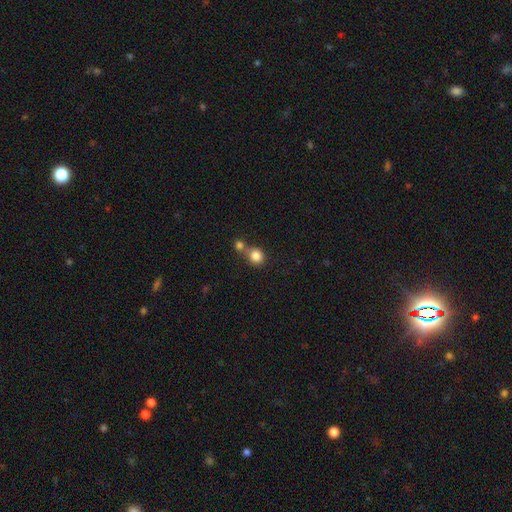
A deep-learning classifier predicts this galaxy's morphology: type=smooth (83%); roundness=round (82%); merging=none (49%).